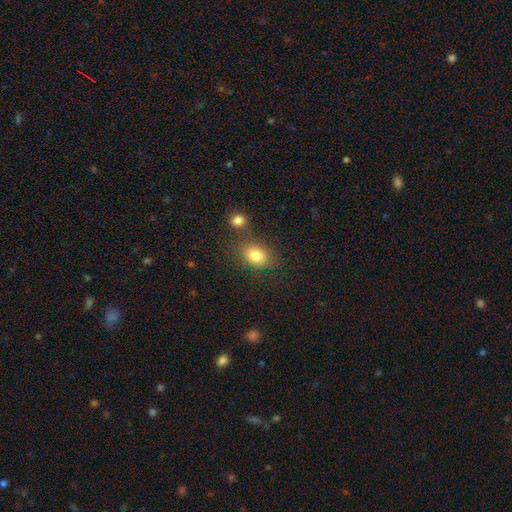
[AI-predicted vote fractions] smooth-or-featured: smooth: 82% | star or artifact: 11% | featured or disk: 8%
  how-rounded: in between: 60% | round: 39% | cigar-shaped: 1%
  merging: none: 71% | minor disturbance: 13% | merger: 12% | major disturbance: 4%